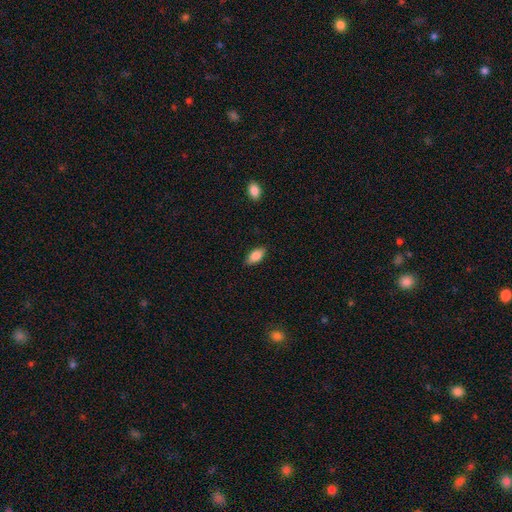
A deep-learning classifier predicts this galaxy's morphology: smooth 85%, featured or disk 8%, star or artifact 7%. Down the decision tree: how rounded — in between (90%); merging — none (85%).